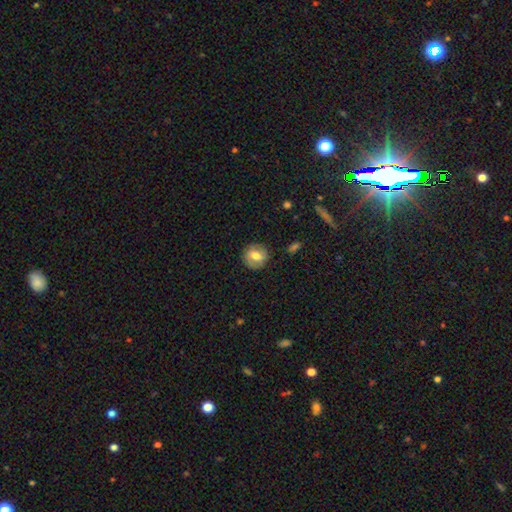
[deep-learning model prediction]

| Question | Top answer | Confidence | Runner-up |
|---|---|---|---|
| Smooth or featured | smooth | 63% | featured or disk (29%) |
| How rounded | round | 79% | in between (20%) |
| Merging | none | 84% | minor disturbance (11%) |